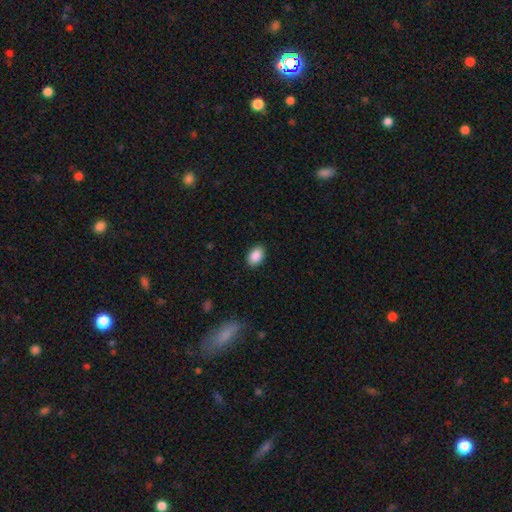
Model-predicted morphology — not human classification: This appears to be a smooth galaxy with no disk features (89%) that is in between round and cigar-shaped (87%). Merging: none (89%).